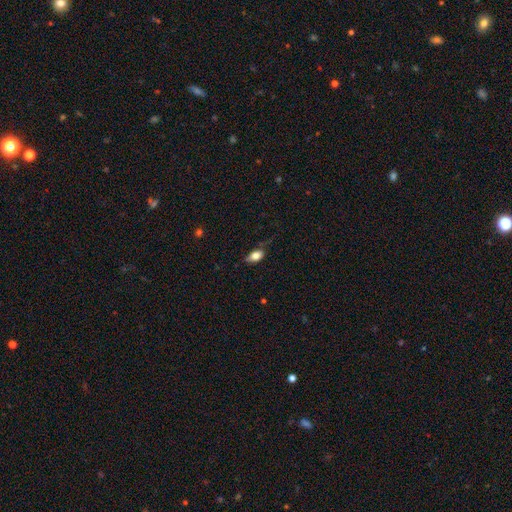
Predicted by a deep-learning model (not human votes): A smooth galaxy with no disk features (77%) that is in between round and cigar-shaped (87%). Merging: none (64%).